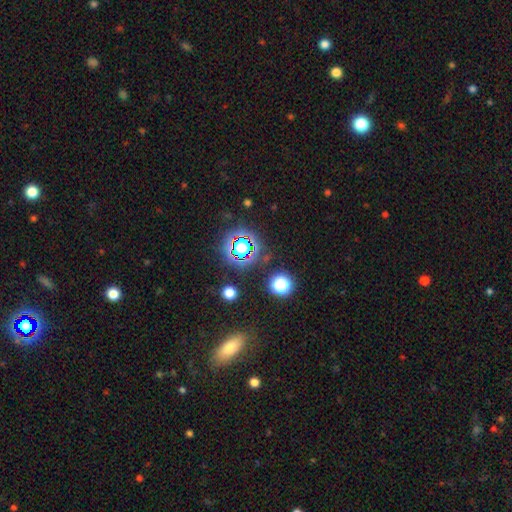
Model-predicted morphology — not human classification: This is likely a star or artifact rather than a galaxy (67%).